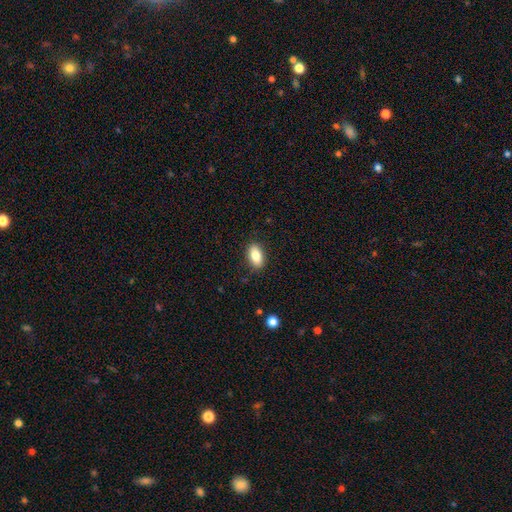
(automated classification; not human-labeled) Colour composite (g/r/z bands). It shows a smooth galaxy with no disk features (84%) that is in between round and cigar-shaped (91%). Merging: none (88%).